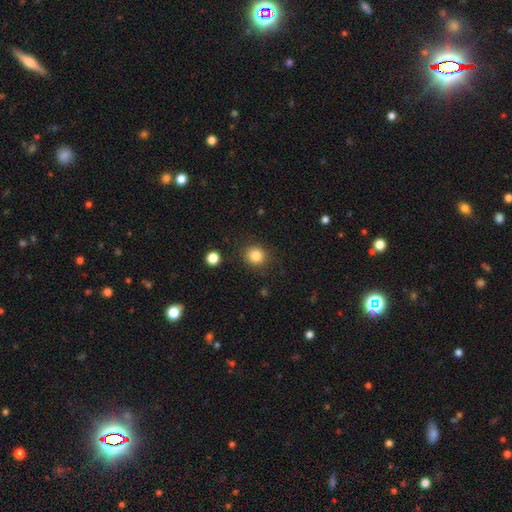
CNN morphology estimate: The model was most divided on "smooth or featured": smooth: 83%, star or artifact: 11%, featured or disk: 5%. More confident: merging — none (88%); how rounded — round (86%).